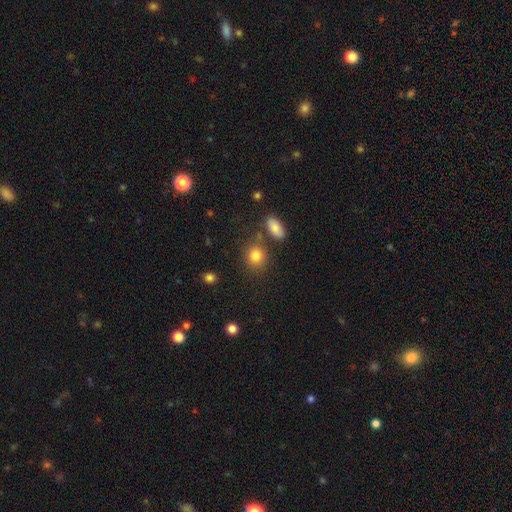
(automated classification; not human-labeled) This appears to be a smooth galaxy with no disk features (83%) that is round (70%). Merging: none (73%).